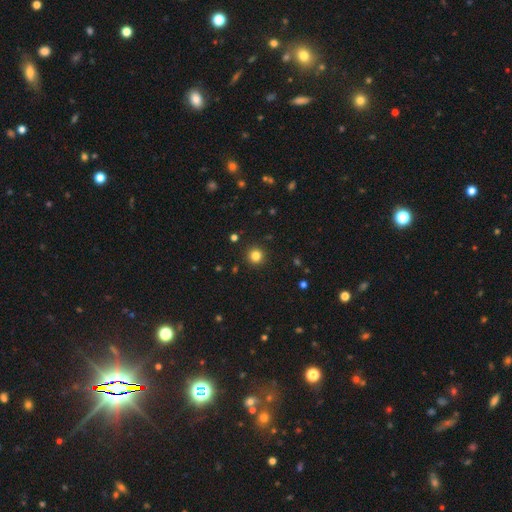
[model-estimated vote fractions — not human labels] Morphology: type=smooth (83%); roundness=round (94%); merging=none (92%).